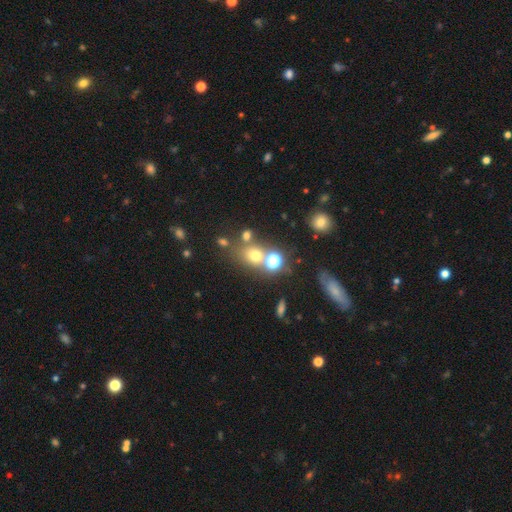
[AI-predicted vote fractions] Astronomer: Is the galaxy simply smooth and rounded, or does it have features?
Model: smooth — 61%.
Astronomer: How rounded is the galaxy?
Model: round — 65%.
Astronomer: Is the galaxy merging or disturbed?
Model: none — 59%.